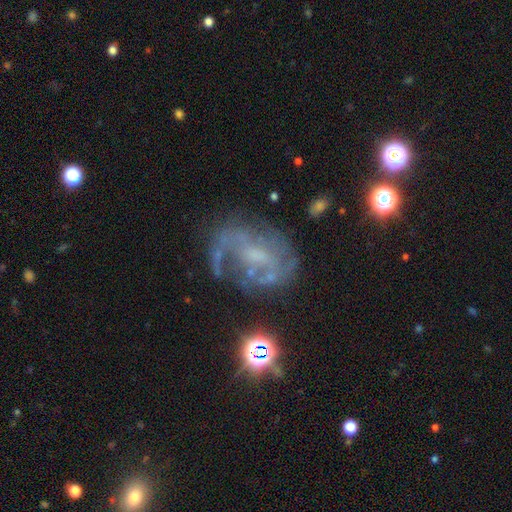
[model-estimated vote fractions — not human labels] Q: Smooth or featured?
A: featured or disk (73%); runner-up: star or artifact (14%)
Q: Edge-on disk?
A: no (97%); runner-up: yes (3%)
Q: Bar?
A: no (43%); tied with: weak (43%)
Q: Spiral arms?
A: yes (73%); runner-up: no (27%)
Q: Spiral winding?
A: medium (42%); runner-up: tight (32%)
Q: Spiral arm count?
A: 2 (39%); runner-up: can't tell (37%)
Q: Bulge size?
A: small (39%); runner-up: none (34%)
Q: Merging?
A: none (56%); runner-up: major disturbance (20%)